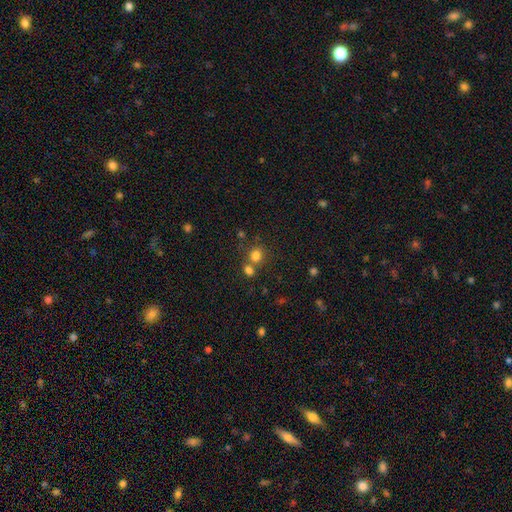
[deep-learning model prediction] Smooth or featured? Predicted: smooth (p=0.79). How rounded? Predicted: round (p=0.78). Merging? Predicted: none (p=0.56).